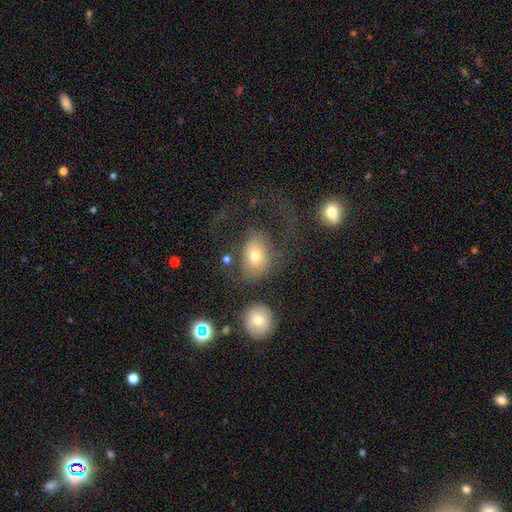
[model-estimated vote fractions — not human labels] The model was most divided on "merging": none: 38%, major disturbance: 37%, minor disturbance: 17%, merger: 8%. More confident: how rounded — in between (70%); smooth or featured — smooth (66%).